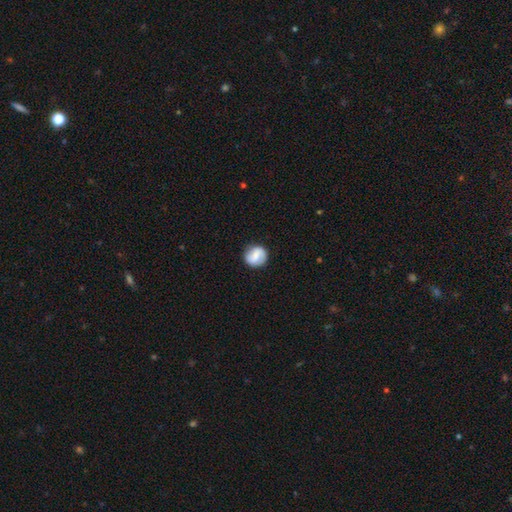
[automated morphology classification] Smooth or featured? smooth (52%)
How rounded? round (88%)
Merging? none (86%)